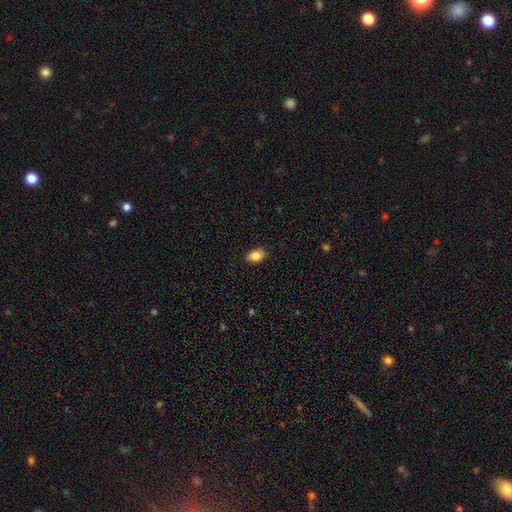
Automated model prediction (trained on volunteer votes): Smooth or featured: smooth — 87% (star or artifact — 8%)
How rounded: in between — 90% (round — 9%)
Merging: none — 89% (minor disturbance — 8%)